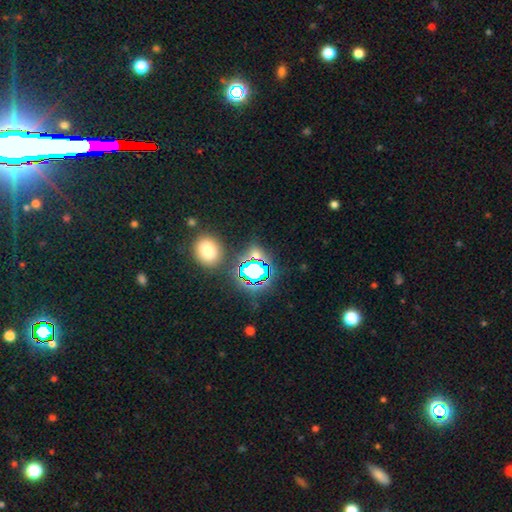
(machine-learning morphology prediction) smooth_or_featured: star or artifact (p=0.61) [alt: smooth p=0.29]